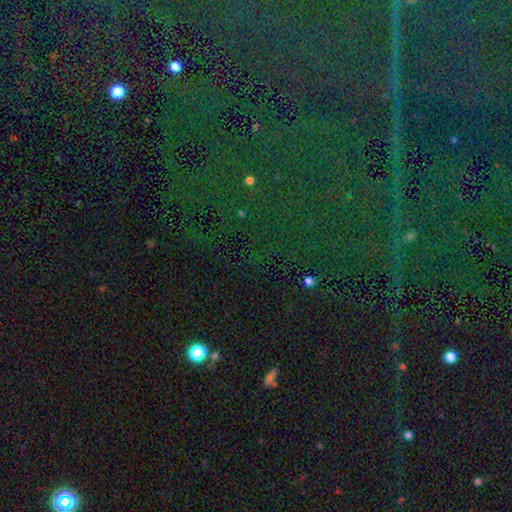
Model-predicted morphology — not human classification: smooth-or-featured: star or artifact: 80% | smooth: 12% | featured or disk: 9%